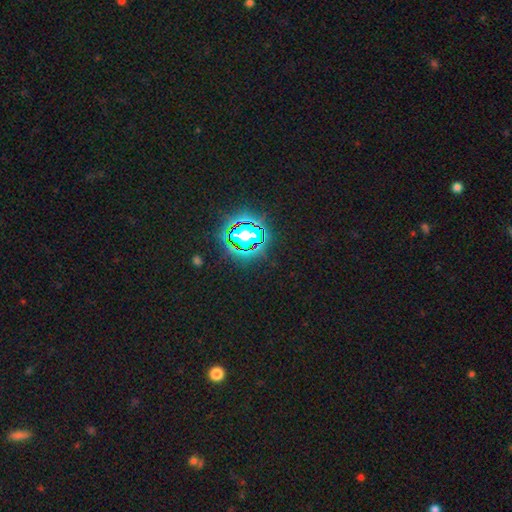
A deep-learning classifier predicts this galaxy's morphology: type=star or artifact (84%).